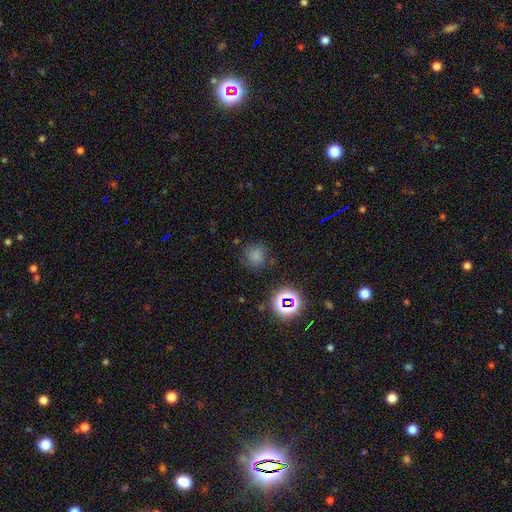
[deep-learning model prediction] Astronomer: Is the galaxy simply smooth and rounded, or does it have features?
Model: smooth — 69%.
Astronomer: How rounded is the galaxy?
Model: round — 86%.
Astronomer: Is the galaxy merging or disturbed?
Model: none — 76%.